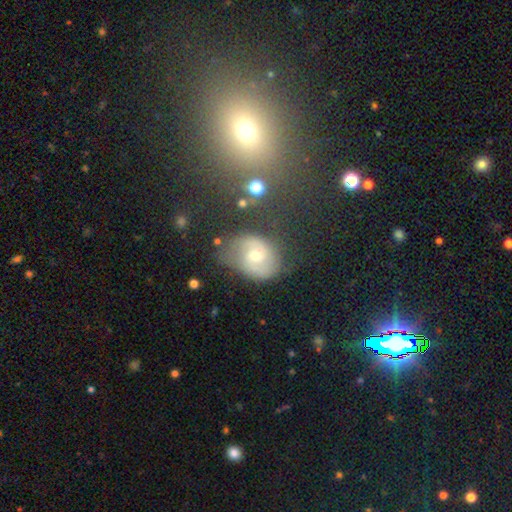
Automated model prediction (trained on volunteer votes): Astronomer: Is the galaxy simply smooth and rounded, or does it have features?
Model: featured or disk — 57% (runner-up: smooth, 33%).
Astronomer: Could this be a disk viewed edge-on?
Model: no — 96%.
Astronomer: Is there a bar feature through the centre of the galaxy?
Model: no — 58% (runner-up: weak, 34%).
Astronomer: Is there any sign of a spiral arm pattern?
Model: yes — 77%.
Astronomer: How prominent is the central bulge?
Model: moderate — 62%.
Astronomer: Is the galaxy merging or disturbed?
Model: none — 56%.